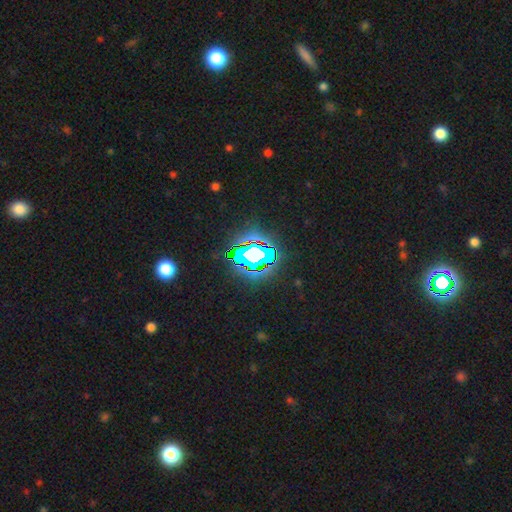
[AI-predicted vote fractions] star or artifact 80%, smooth 12%, featured or disk 8%.